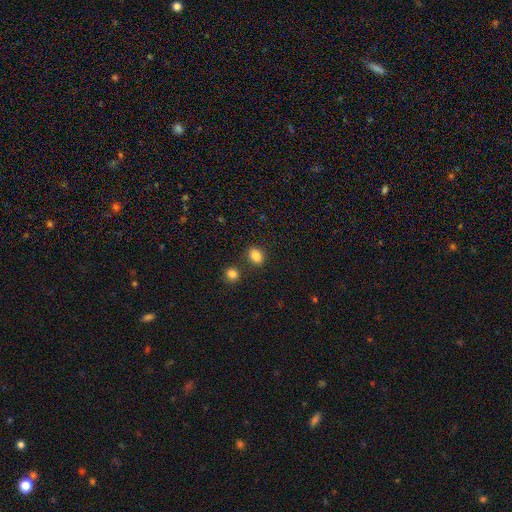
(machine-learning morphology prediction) A smooth galaxy with no disk features (85%) that is in between round and cigar-shaped (70%). Merging: none (78%).